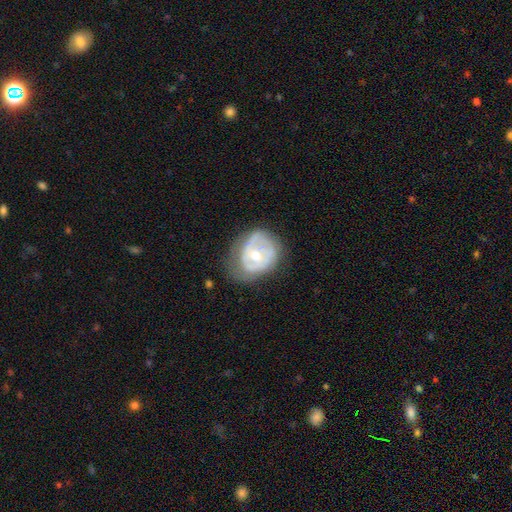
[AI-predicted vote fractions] Smooth or featured? featured or disk (67%)
Edge-on disk? no (97%)
Bar? no (70%)
Spiral arms? yes (57%)
Bulge size? moderate (64%)
Merging? none (49%)